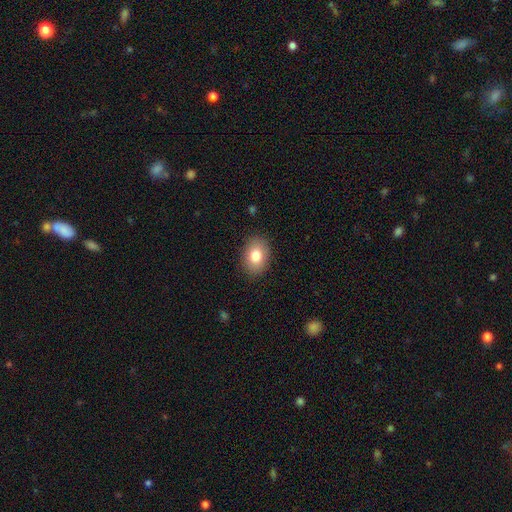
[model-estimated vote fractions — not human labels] Morphology: type=smooth (81%); roundness=in between (71%); merging=none (88%).